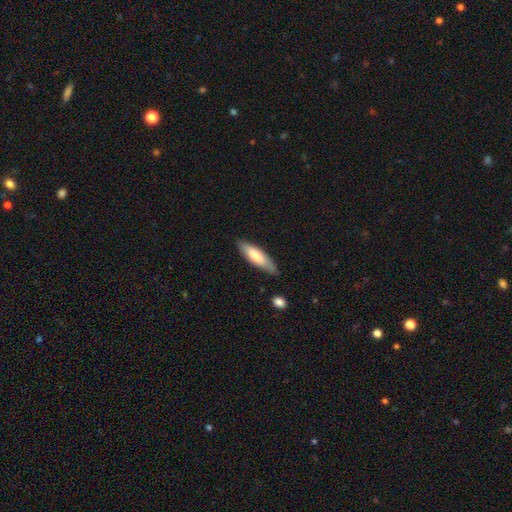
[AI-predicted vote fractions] A smooth galaxy with no disk features (70%) that is cigar-shaped (63%). Merging: none (82%).